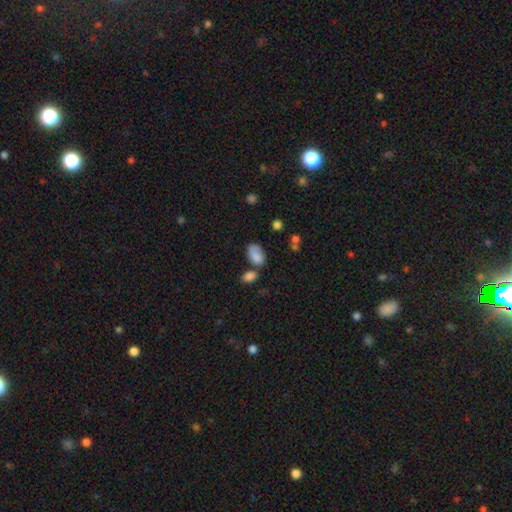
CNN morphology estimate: This is clearly a smooth galaxy (81%). How rounded: clearly in between (89%). Merging: marginally none (45%).